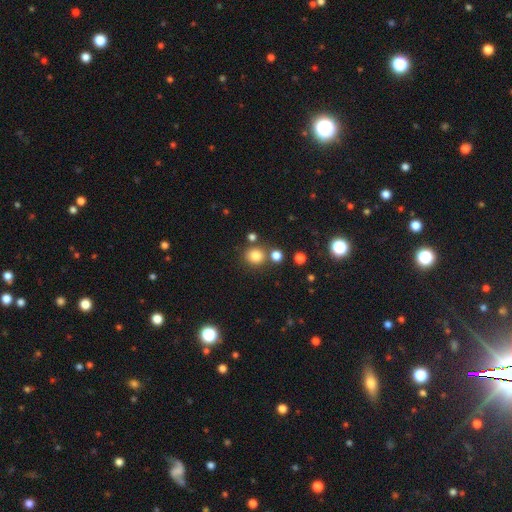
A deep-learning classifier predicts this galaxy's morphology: smooth_or_featured: smooth (p=0.81) [alt: star or artifact p=0.13]
how_rounded: round (p=0.86) [alt: in between p=0.14]
merging: none (p=0.76) [alt: merger p=0.12]